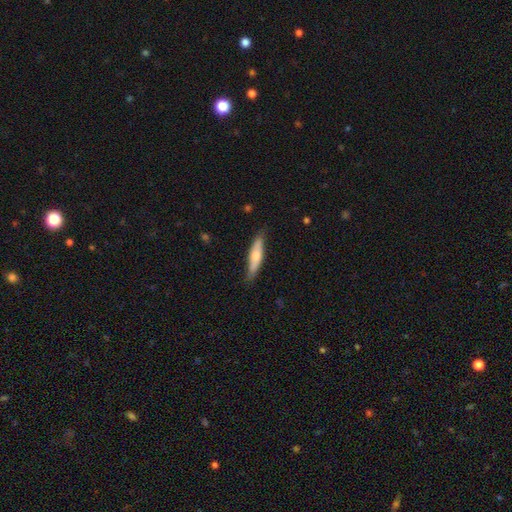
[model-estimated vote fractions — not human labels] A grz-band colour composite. It shows a smooth galaxy with no disk features (57%) that is cigar-shaped (77%). Merging: none (79%).